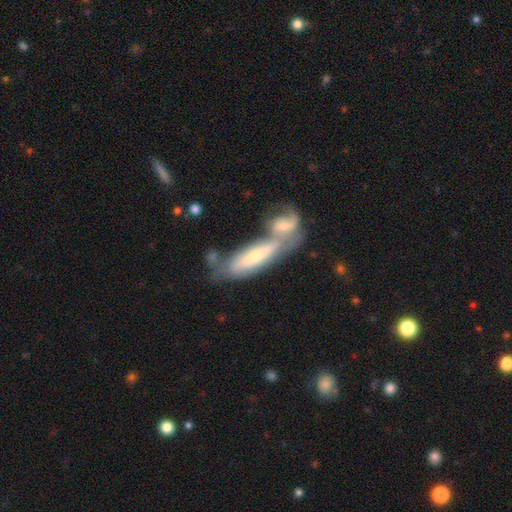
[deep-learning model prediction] Q: Smooth or featured?
A: smooth (51%); runner-up: featured or disk (43%)
Q: How rounded?
A: cigar-shaped (54%); runner-up: in between (43%)
Q: Merging?
A: merger (61%); runner-up: none (24%)